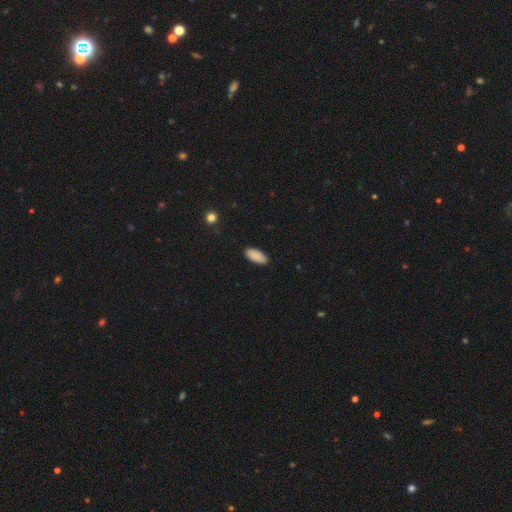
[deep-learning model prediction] smooth-or-featured: smooth: 90% | star or artifact: 7% | featured or disk: 3%
  how-rounded: in between: 90% | cigar-shaped: 8% | round: 2%
  merging: none: 88% | minor disturbance: 9% | major disturbance: 2% | merger: 1%